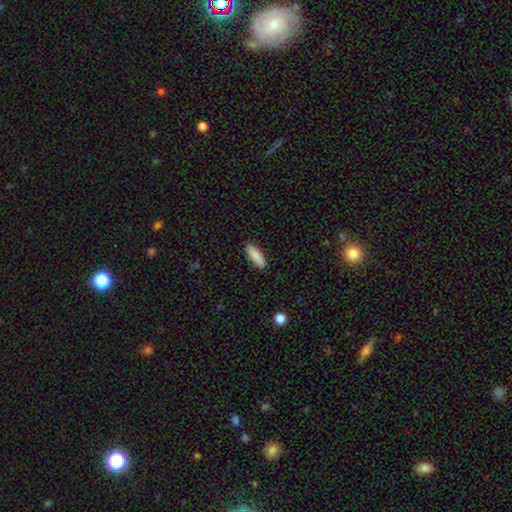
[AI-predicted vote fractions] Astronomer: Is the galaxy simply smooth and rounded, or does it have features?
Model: smooth — 87%.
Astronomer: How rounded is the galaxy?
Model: in between — 56% (runner-up: cigar-shaped, 42%).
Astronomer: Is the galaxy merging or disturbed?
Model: none — 89%.